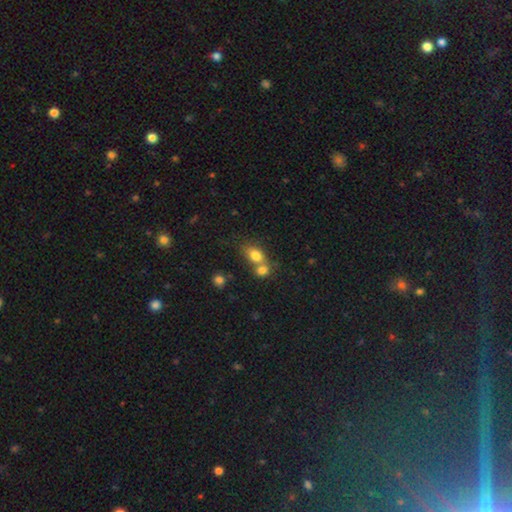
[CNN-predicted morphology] Smooth or featured?
  - smooth: 78% *
  - featured or disk: 11%
  - star or artifact: 11%
How rounded?
  - in between: 65% *
  - round: 33%
  - cigar-shaped: 2%
Merging?
  - merger: 54% *
  - none: 34%
  - minor disturbance: 9%
  - major disturbance: 4%